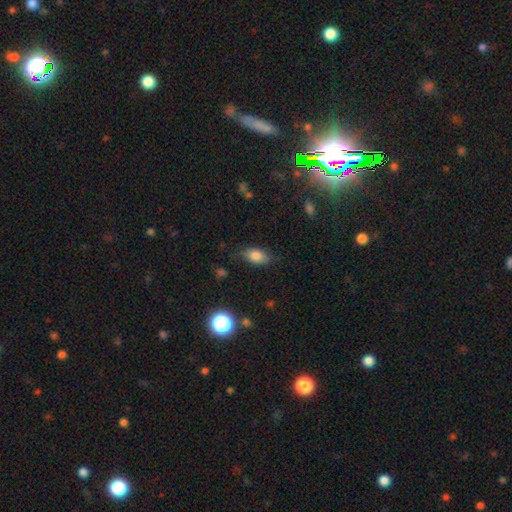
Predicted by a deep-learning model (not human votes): smooth 79%, featured or disk 11%, star or artifact 9%. Down the decision tree: how rounded — in between (87%); merging — none (74%).